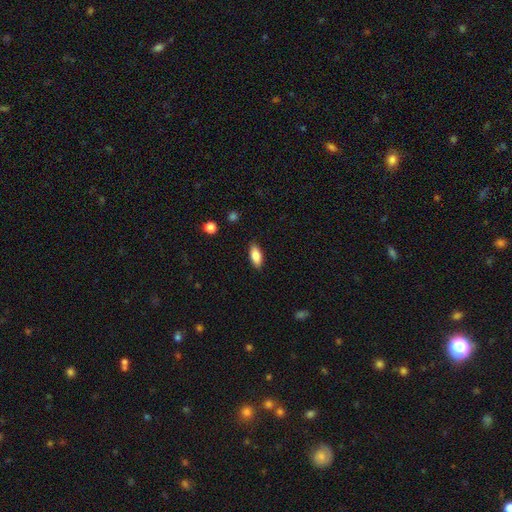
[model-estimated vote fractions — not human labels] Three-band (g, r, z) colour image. It shows a smooth galaxy with no disk features (85%) that is in between round and cigar-shaped (84%). Merging: none (87%).